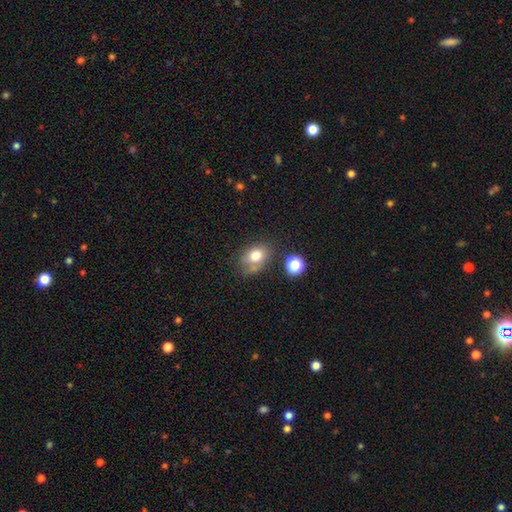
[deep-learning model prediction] A smooth galaxy with no disk features (75%) that is in between round and cigar-shaped (63%).

Vote fractions:
- Smooth or featured? smooth: 75% / star or artifact: 12% / featured or disk: 12%
- How rounded? in between: 63% / round: 36% / cigar-shaped: 1%
- Merging? none: 58% / minor disturbance: 23% / merger: 10% / major disturbance: 8%